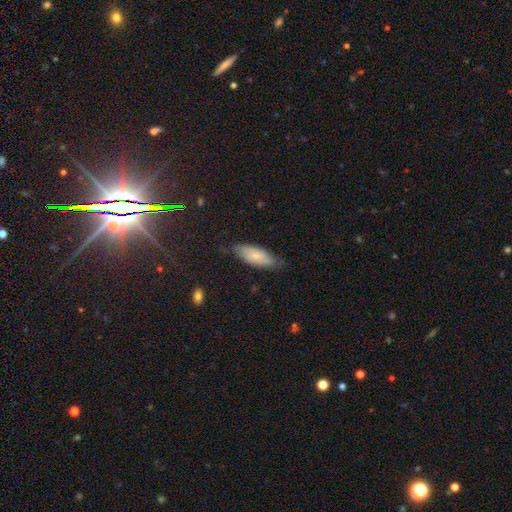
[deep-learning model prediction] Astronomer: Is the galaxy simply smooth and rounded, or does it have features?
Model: smooth — 67%.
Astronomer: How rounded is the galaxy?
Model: in between — 74%.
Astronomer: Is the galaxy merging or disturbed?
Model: none — 71%.